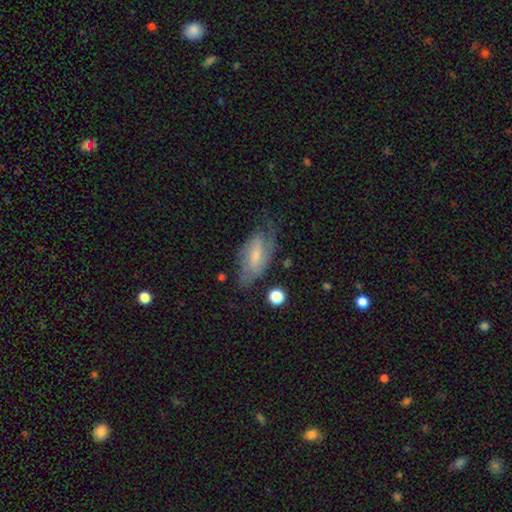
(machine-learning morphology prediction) Smooth or featured?
  - featured or disk: 58% *
  - smooth: 35%
  - star or artifact: 7%
Edge-on disk?
  - no: 91% *
  - yes: 9%
Bar?
  - weak: 46% *
  - no: 38%
  - strong: 16%
Spiral arms?
  - yes: 85% *
  - no: 15%
Bulge size?
  - small: 43% *
  - moderate: 32%
  - none: 17%
  - large: 6%
  - dominant: 2%
Merging?
  - none: 56% *
  - minor disturbance: 25%
  - major disturbance: 16%
  - merger: 3%